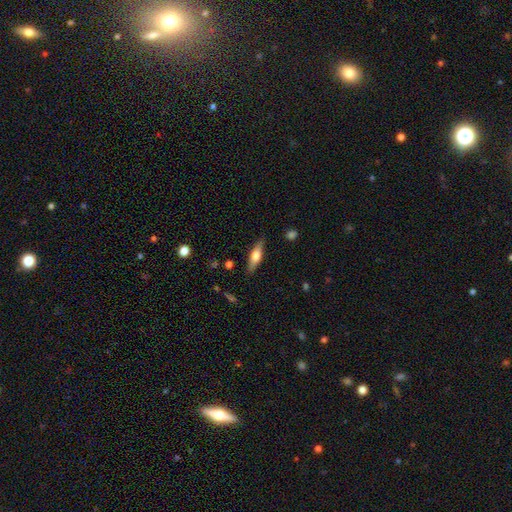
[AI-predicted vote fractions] A smooth galaxy with no disk features (50%) that is cigar-shaped (56%). Merging: none (85%).